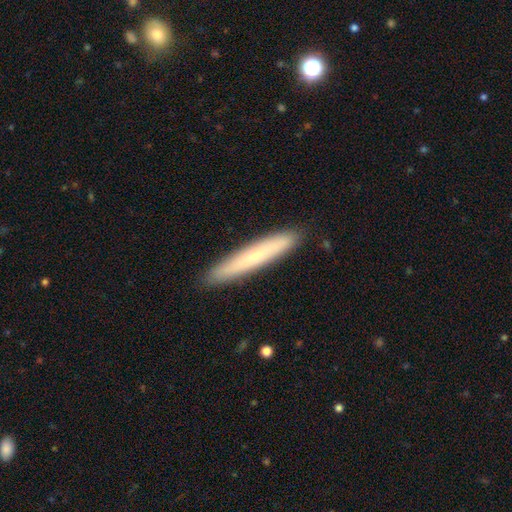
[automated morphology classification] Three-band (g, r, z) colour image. It shows a smooth galaxy with no disk features (65%) that is cigar-shaped (95%). Merging: none (91%).